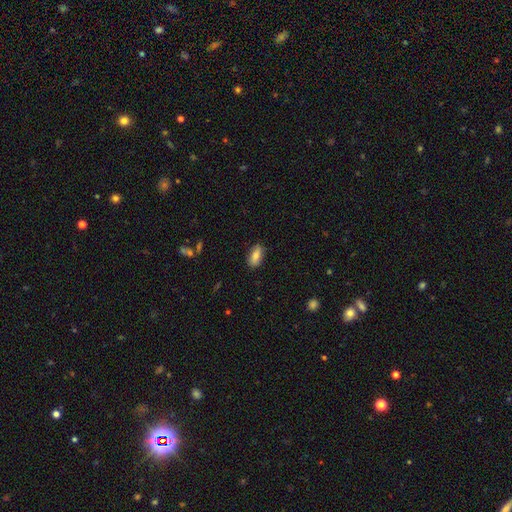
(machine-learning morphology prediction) Smooth or featured?
  - smooth: 78% *
  - featured or disk: 15%
  - star or artifact: 7%
How rounded?
  - in between: 86% *
  - cigar-shaped: 10%
  - round: 4%
Merging?
  - none: 84% *
  - minor disturbance: 13%
  - major disturbance: 2%
  - merger: 1%